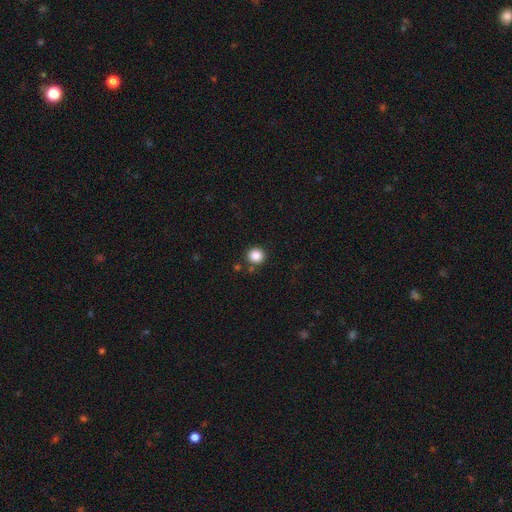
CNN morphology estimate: This is clearly a smooth galaxy (87%). How rounded: clearly round (90%). Merging: clearly none (85%).